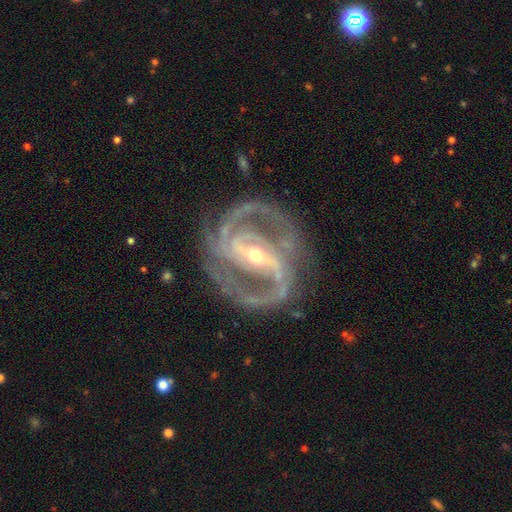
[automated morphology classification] This is clearly a featured or disk galaxy (93%). It is clearly not viewed edge-on (97%). Bar: likely strong (61%). Spiral arm pattern: clearly yes (98%). Spiral arm count: likely 2 (69%). Spiral winding: possibly medium (51%). Central bulge: possibly moderate (51%). Merging: likely none (74%).